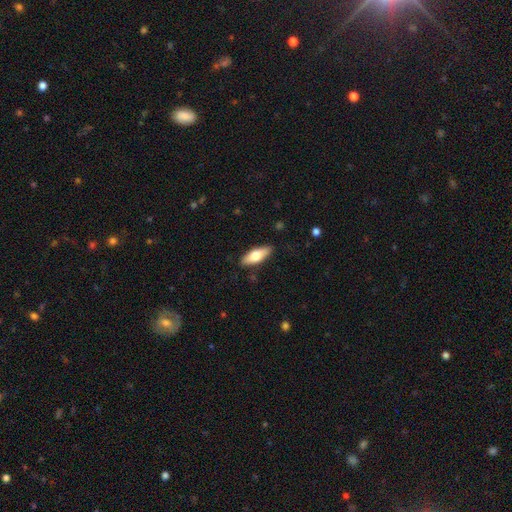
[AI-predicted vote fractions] Smooth or featured? smooth (64%)
How rounded? in between (68%)
Merging? none (87%)